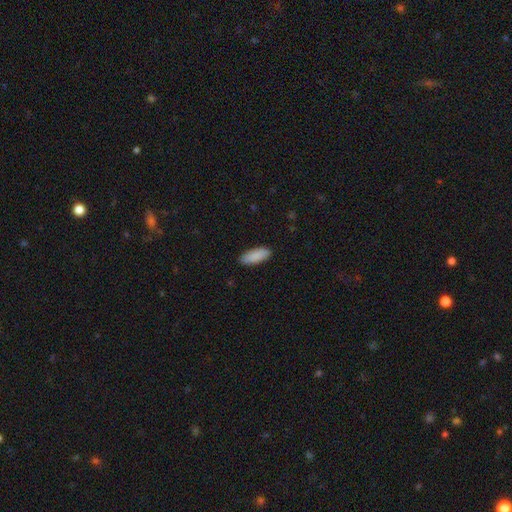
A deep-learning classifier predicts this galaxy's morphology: Smooth or featured: smooth — 90% (star or artifact — 5%)
How rounded: in between — 71% (cigar-shaped — 27%)
Merging: none — 89% (minor disturbance — 8%)